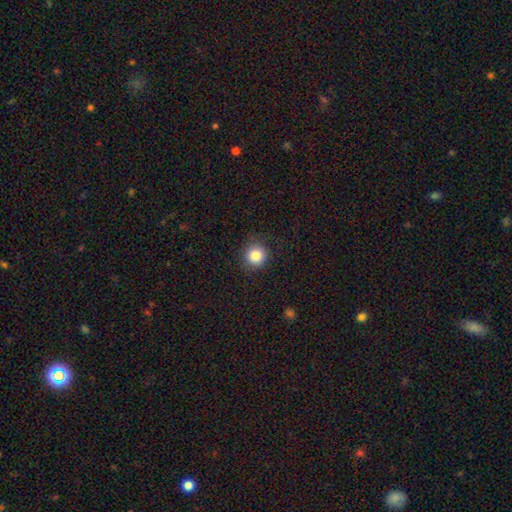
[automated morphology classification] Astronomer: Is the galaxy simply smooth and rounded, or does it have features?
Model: smooth — 84%.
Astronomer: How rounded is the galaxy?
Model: round — 92%.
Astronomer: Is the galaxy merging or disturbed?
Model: none — 87%.